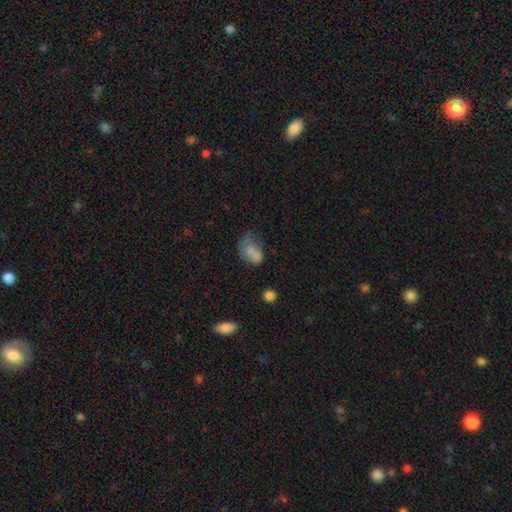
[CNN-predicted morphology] This is likely a smooth galaxy (63%). How rounded: likely in between (77%). Merging: marginally major disturbance (28%).